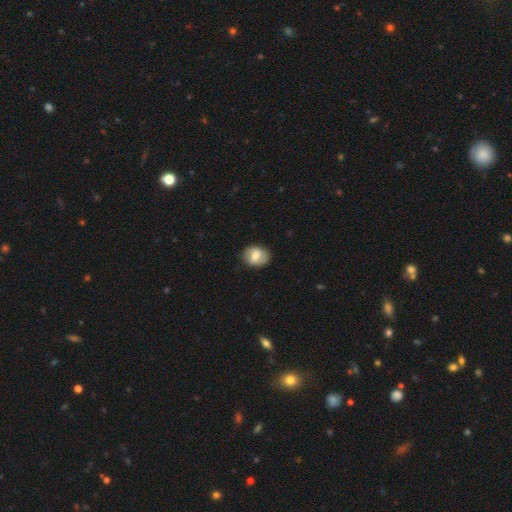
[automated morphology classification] The model was most divided on "how rounded": in between: 59%, round: 39%, cigar-shaped: 1%. More confident: merging — none (81%); smooth or featured — smooth (62%).